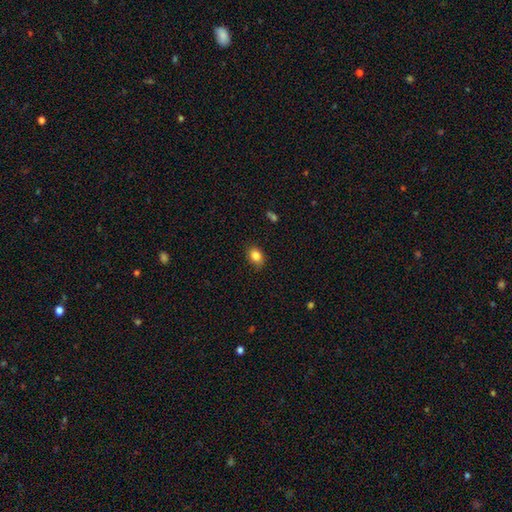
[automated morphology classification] smooth 85%, star or artifact 9%, featured or disk 6%. Down the decision tree: how rounded — in between (68%); merging — none (82%).